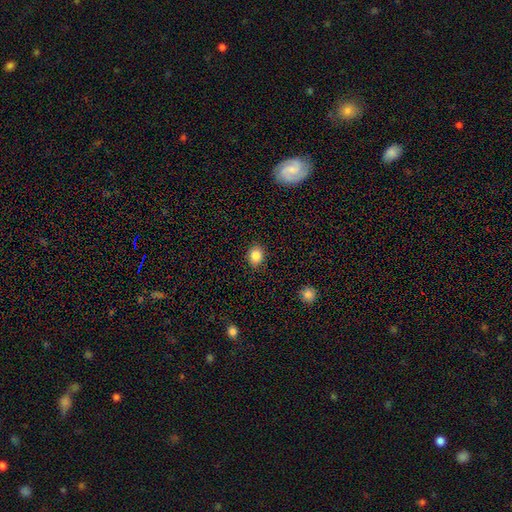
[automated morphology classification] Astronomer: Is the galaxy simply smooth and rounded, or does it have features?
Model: smooth — 84%.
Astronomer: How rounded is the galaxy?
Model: round — 53% (runner-up: in between, 46%).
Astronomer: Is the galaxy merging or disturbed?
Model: none — 88%.